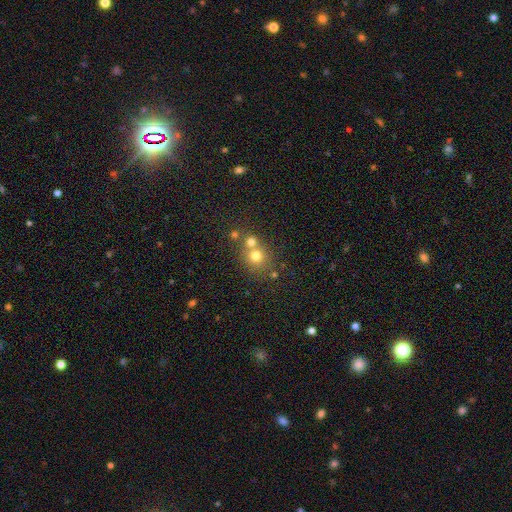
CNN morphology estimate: type=smooth (71%); roundness=round (83%); merging=none (48%).